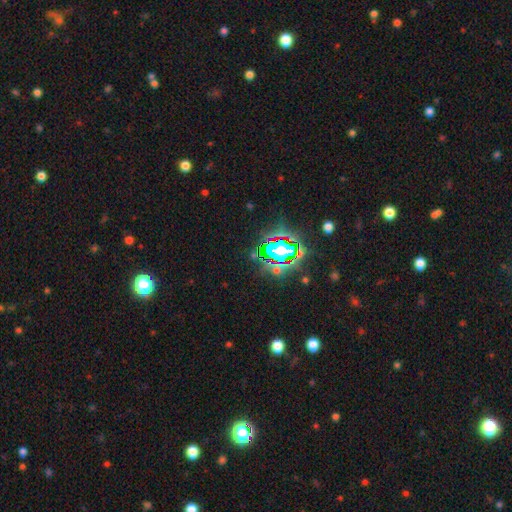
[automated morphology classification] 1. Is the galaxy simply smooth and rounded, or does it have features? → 74% star or artifact, 16% smooth, 10% featured or disk.